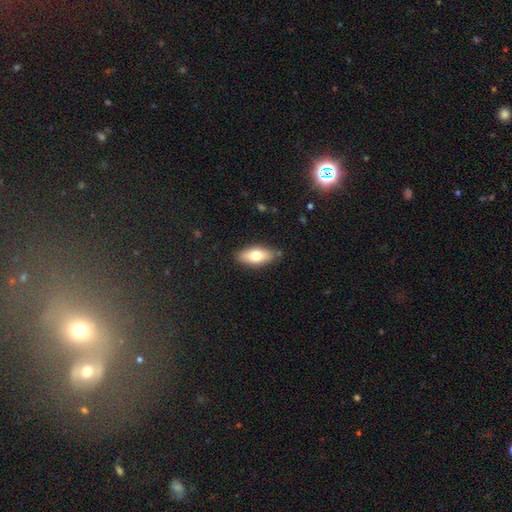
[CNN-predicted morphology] The model was most divided on "smooth or featured": smooth: 71%, featured or disk: 22%, star or artifact: 7%. More confident: merging — none (83%); how rounded — in between (82%).